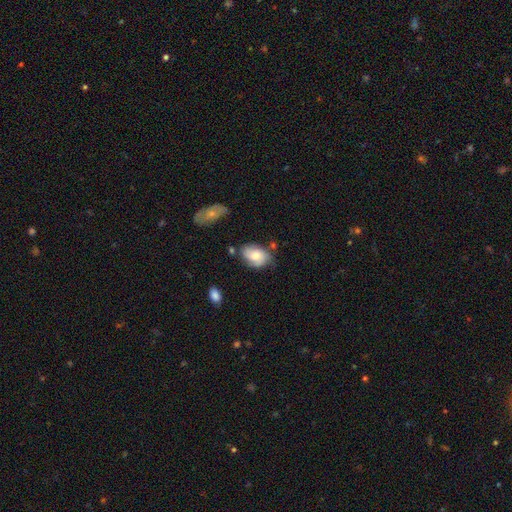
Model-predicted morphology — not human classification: smooth 65%, featured or disk 27%, star or artifact 8%. Down the decision tree: how rounded — in between (85%); merging — none (55%).